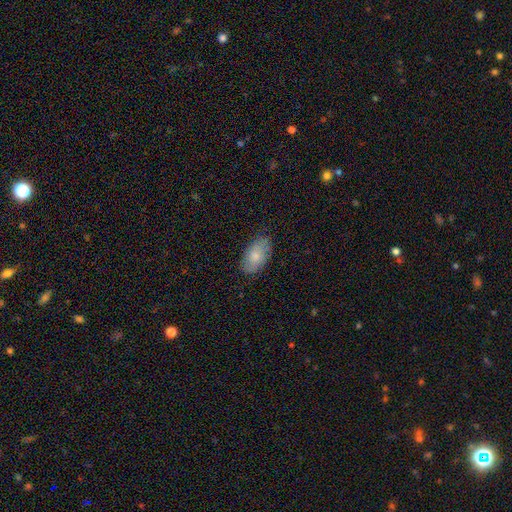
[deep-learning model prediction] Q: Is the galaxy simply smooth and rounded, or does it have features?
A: smooth — 75%.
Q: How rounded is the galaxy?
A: in between — 93%.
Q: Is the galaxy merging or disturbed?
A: none — 79%.